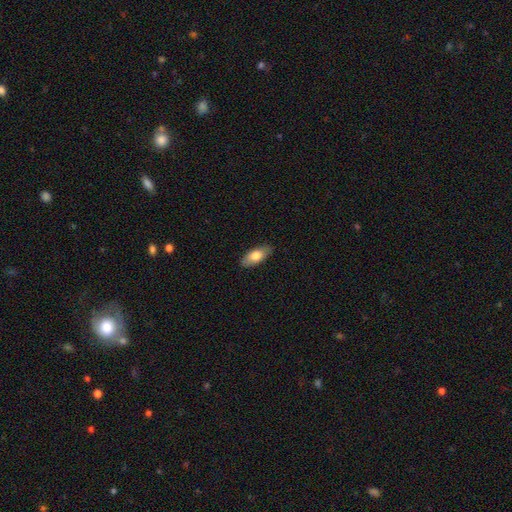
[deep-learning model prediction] smooth_or_featured: smooth (p=0.75) [alt: featured or disk p=0.19]
how_rounded: in between (p=0.85) [alt: cigar-shaped p=0.12]
merging: none (p=0.87) [alt: minor disturbance p=0.10]